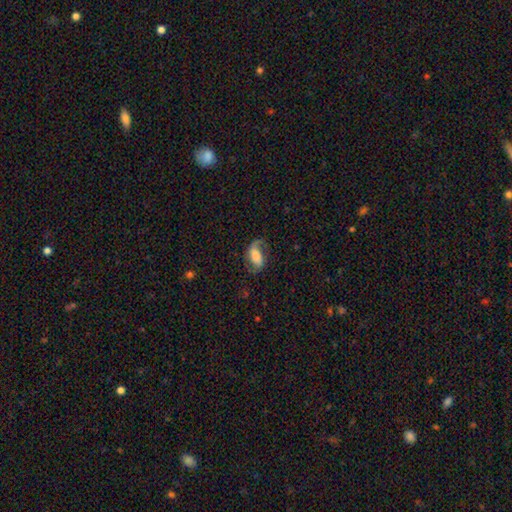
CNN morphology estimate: smooth-or-featured: featured or disk: 62% | smooth: 31% | star or artifact: 8%
  disk-edge-on: no: 95% | yes: 5%
    bar: weak: 36% | strong: 32% | no: 32%
    has-spiral-arms: yes: 89% | no: 11%
      spiral-winding: loose: 50% | medium: 37% | tight: 12%
      spiral-arm-count: 2: 71% | 1: 23% | can't tell: 4% | 3: 1% | 4: 1% | more than 4: 1%
    bulge-size: large: 33% | moderate: 29% | small: 18% | none: 14% | dominant: 7%
  merging: none: 58% | minor disturbance: 20% | major disturbance: 20% | merger: 2%